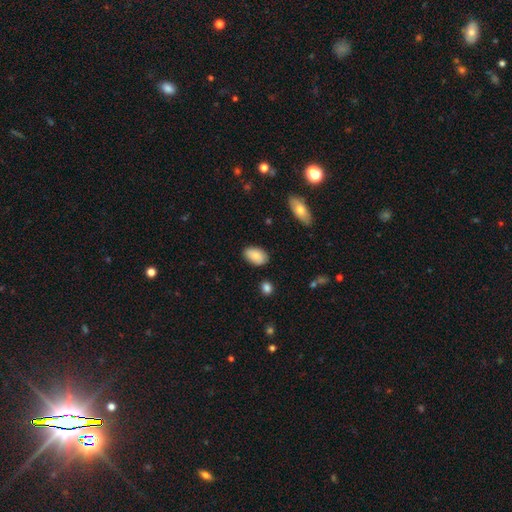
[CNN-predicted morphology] This is clearly a smooth galaxy (83%). How rounded: clearly in between (92%). Merging: clearly none (83%).